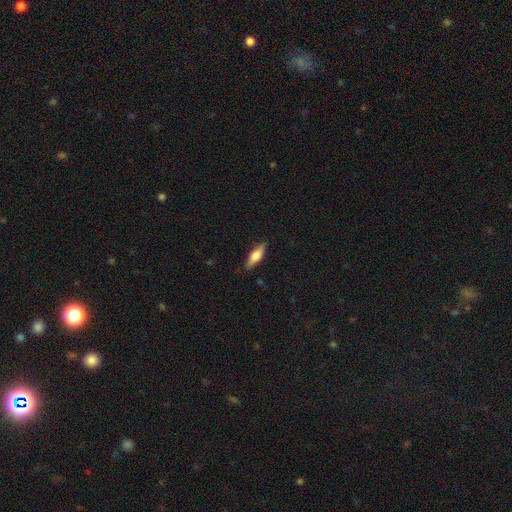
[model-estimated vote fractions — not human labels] Smooth or featured?
  - smooth: 67% *
  - featured or disk: 27%
  - star or artifact: 6%
How rounded?
  - in between: 53% *
  - cigar-shaped: 44%
  - round: 2%
Merging?
  - none: 85% *
  - minor disturbance: 11%
  - major disturbance: 2%
  - merger: 1%